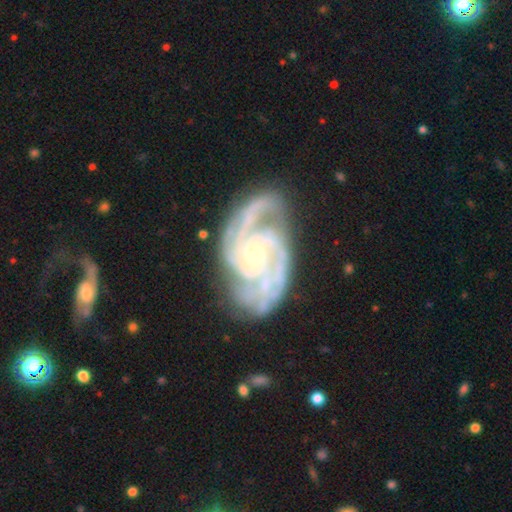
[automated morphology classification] smooth-or-featured: featured or disk: 92% | star or artifact: 5% | smooth: 3%
  disk-edge-on: no: 97% | yes: 3%
    bar: no: 53% | weak: 35% | strong: 12%
    has-spiral-arms: yes: 99% | no: 1%
      spiral-winding: tight: 63% | medium: 33% | loose: 4%
      spiral-arm-count: 3: 39% | 2: 24% | 4: 15% | can't tell: 10% | more than 4: 6% | 1: 6%
    bulge-size: small: 61% | moderate: 35% | none: 2% | large: 2% | dominant: 1%
  merging: none: 73% | minor disturbance: 19% | major disturbance: 6% | merger: 2%